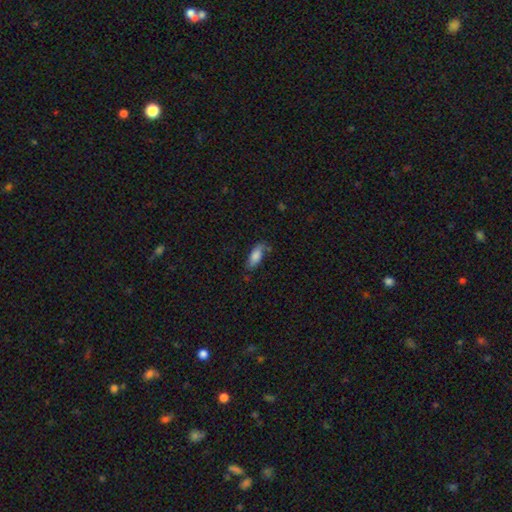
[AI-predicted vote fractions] smooth-or-featured: smooth: 77% | featured or disk: 16% | star or artifact: 7%
  how-rounded: in between: 74% | cigar-shaped: 24% | round: 2%
  merging: none: 68% | minor disturbance: 23% | major disturbance: 5% | merger: 4%